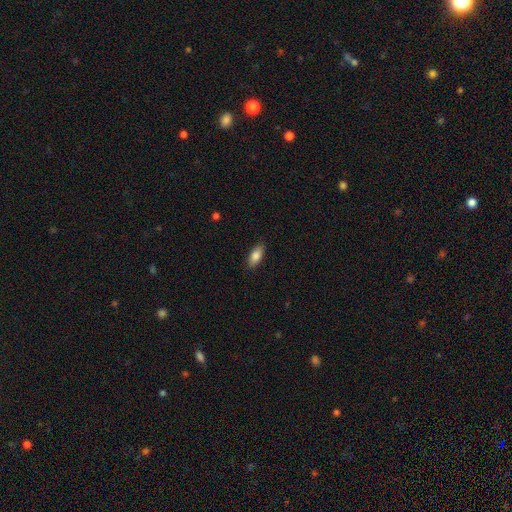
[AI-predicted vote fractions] smooth_or_featured: smooth (p=0.85) [alt: featured or disk p=0.08]
how_rounded: in between (p=0.86) [alt: cigar-shaped p=0.12]
merging: none (p=0.88) [alt: minor disturbance p=0.09]